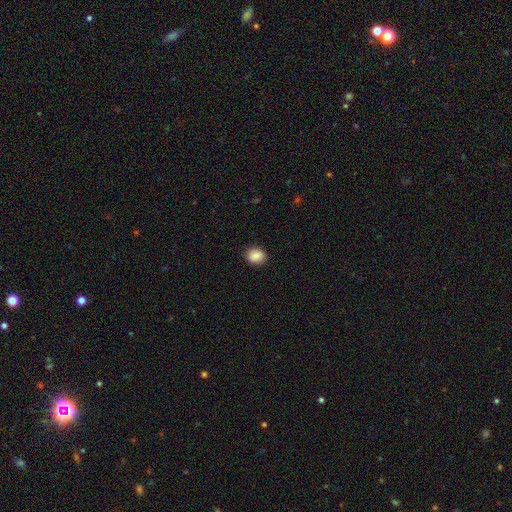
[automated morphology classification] smooth-or-featured: smooth: 88% | star or artifact: 8% | featured or disk: 4%
  how-rounded: round: 62% | in between: 37% | cigar-shaped: 1%
  merging: none: 89% | minor disturbance: 8% | major disturbance: 2% | merger: 1%